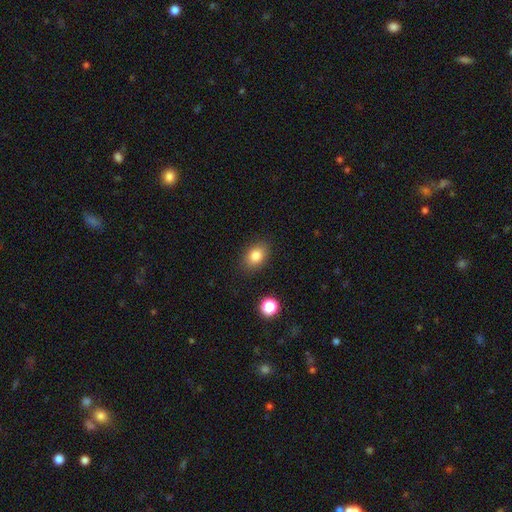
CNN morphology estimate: A smooth galaxy with no disk features (83%) that is in between round and cigar-shaped (72%).

Vote fractions:
- Smooth or featured? smooth: 83% / star or artifact: 10% / featured or disk: 7%
- How rounded? in between: 72% / round: 27% / cigar-shaped: 1%
- Merging? none: 86% / minor disturbance: 10% / major disturbance: 3% / merger: 2%